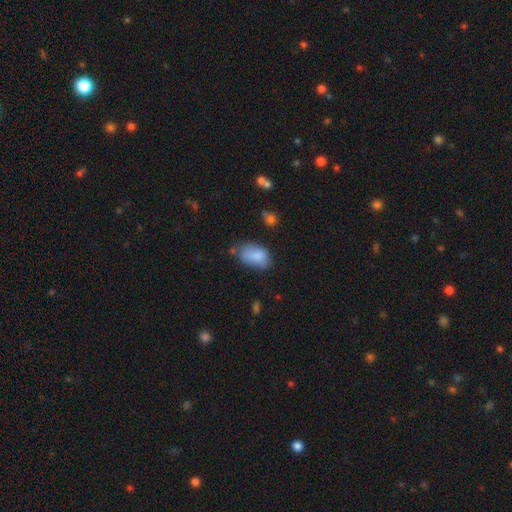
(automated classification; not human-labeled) smooth-or-featured: smooth: 84% | featured or disk: 9% | star or artifact: 8%
  how-rounded: in between: 91% | round: 7% | cigar-shaped: 2%
  merging: none: 53% | minor disturbance: 31% | major disturbance: 9% | merger: 7%